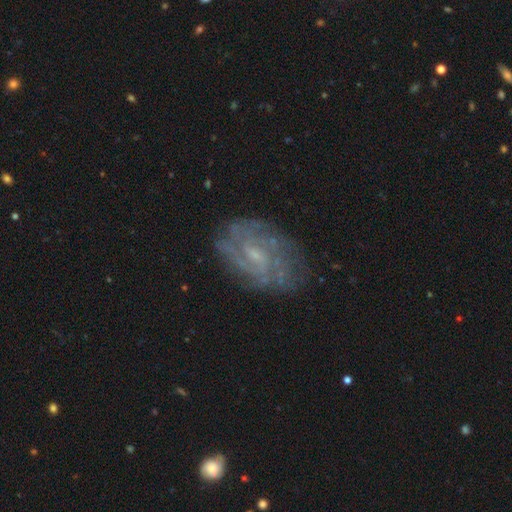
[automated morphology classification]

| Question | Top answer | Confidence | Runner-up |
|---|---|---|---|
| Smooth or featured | featured or disk | 78% | smooth (12%) |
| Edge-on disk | no | 97% | yes (3%) |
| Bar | weak | 50% | no (41%) |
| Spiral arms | yes | 89% | no (11%) |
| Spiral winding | tight | 51% | medium (36%) |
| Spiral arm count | can't tell | 44% | 4 (15%) |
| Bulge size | small | 61% | moderate (24%) |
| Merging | none | 74% | minor disturbance (16%) |